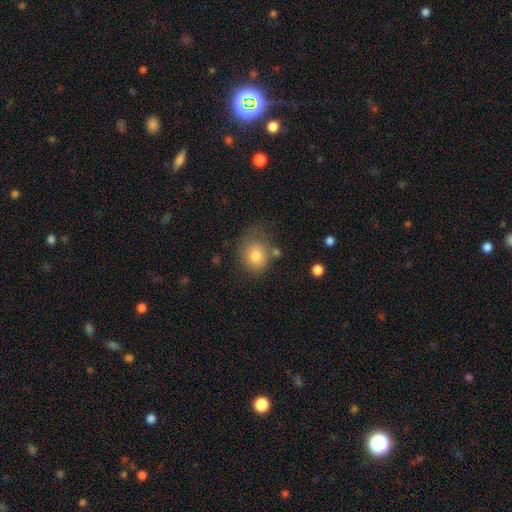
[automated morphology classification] A smooth galaxy with no disk features (77%) that is round (63%). Merging: none (54%).